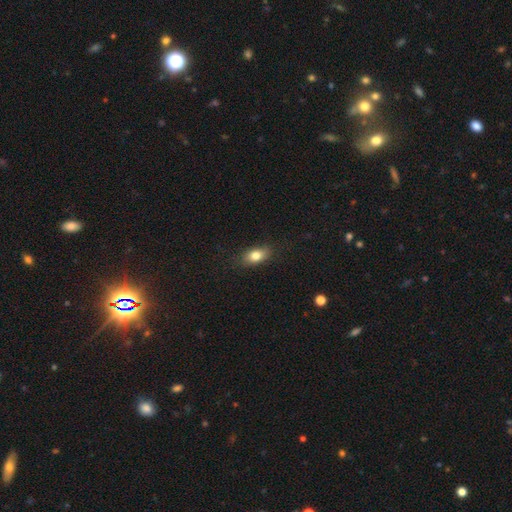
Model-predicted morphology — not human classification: Overall: smooth (81%). How rounded: in between (84%). Merging: none (83%).